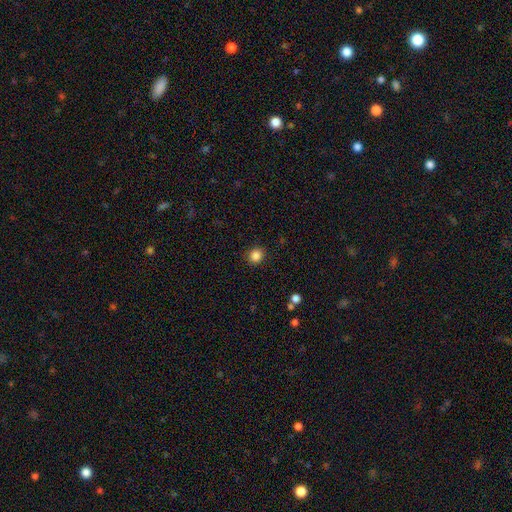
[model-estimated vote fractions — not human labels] This is clearly a smooth galaxy (85%). How rounded: clearly round (83%). Merging: clearly none (90%).